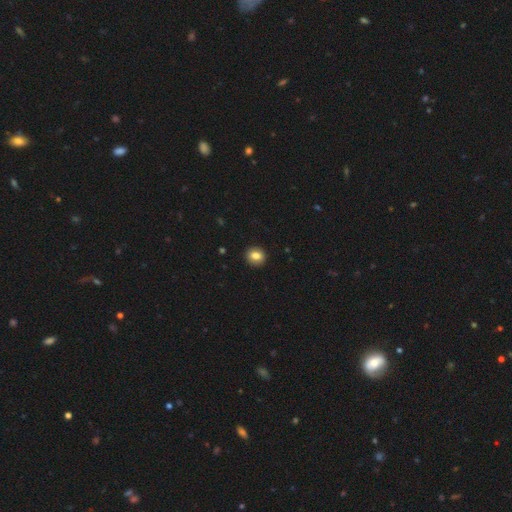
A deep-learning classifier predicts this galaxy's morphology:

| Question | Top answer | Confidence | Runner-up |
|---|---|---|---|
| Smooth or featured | smooth | 83% | star or artifact (9%) |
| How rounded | round | 76% | in between (23%) |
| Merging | none | 92% | minor disturbance (6%) |